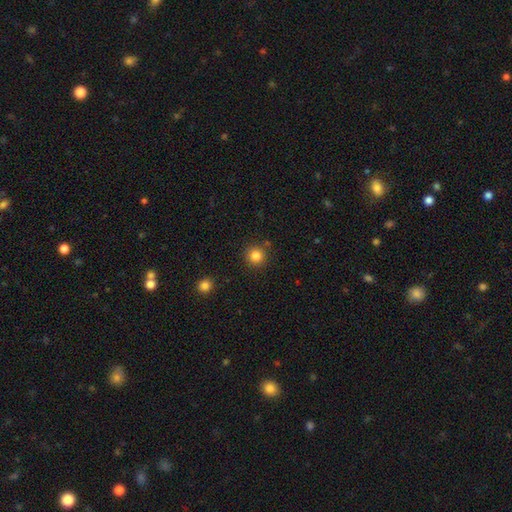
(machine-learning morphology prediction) Smooth or featured?
  - smooth: 84% *
  - star or artifact: 11%
  - featured or disk: 5%
How rounded?
  - round: 94% *
  - in between: 5%
  - cigar-shaped: 1%
Merging?
  - none: 88% *
  - minor disturbance: 7%
  - merger: 3%
  - major disturbance: 2%